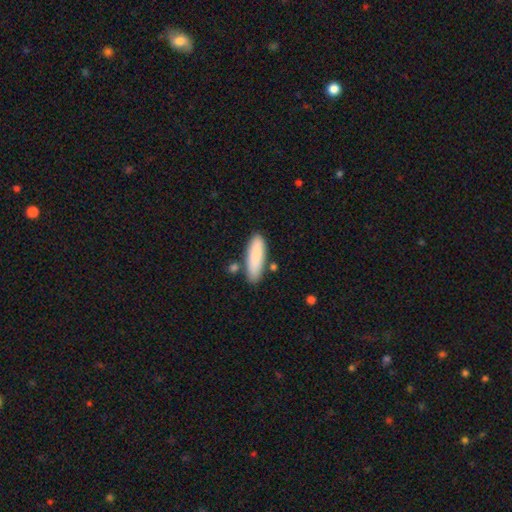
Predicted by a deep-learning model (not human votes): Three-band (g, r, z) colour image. It shows a smooth galaxy with no disk features (85%) that is cigar-shaped (51%). Merging: none (78%).